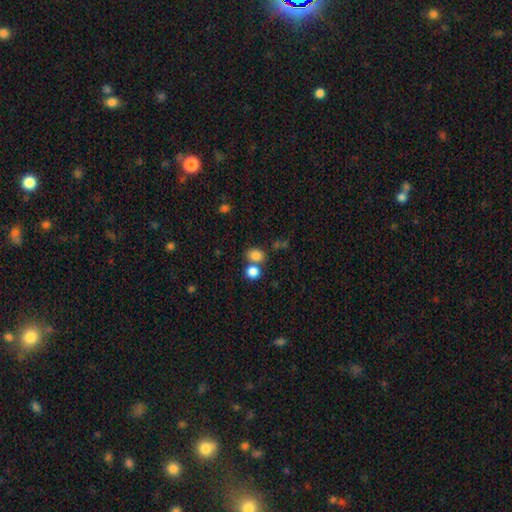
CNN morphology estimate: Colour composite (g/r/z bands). It shows a smooth galaxy with no disk features (82%) that is round (52%). Merging: none (54%).